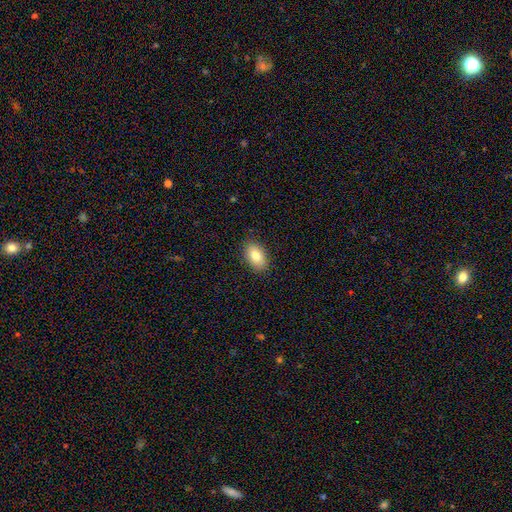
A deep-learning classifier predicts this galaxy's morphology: smooth_or_featured: smooth (p=0.81) [alt: featured or disk p=0.11]
how_rounded: in between (p=0.90) [alt: round p=0.09]
merging: none (p=0.88) [alt: minor disturbance p=0.09]